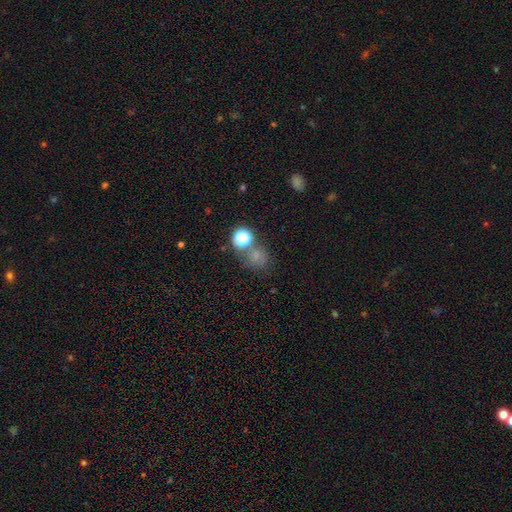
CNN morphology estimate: A smooth galaxy with no disk features (59%) that is round (78%).

Vote fractions:
- Smooth or featured? smooth: 59% / star or artifact: 31% / featured or disk: 9%
- How rounded? round: 78% / in between: 21% / cigar-shaped: 1%
- Merging? none: 61% / merger: 18% / minor disturbance: 13% / major disturbance: 7%